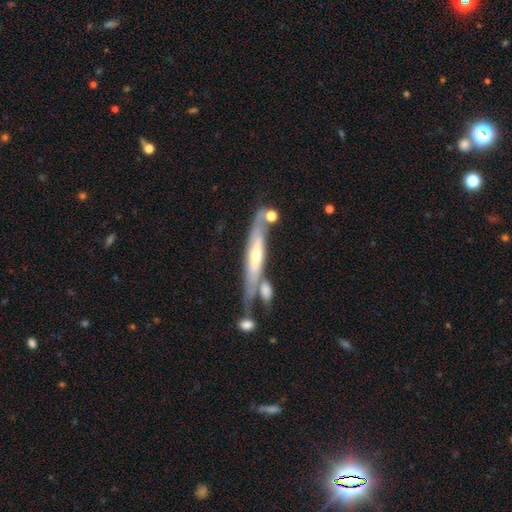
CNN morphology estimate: Smooth or featured?
  - featured or disk: 73% *
  - smooth: 20%
  - star or artifact: 7%
Edge-on disk?
  - yes: 88% *
  - no: 12%
Edge-on bulge?
  - rounded: 70% *
  - none: 22%
  - boxy: 8%
Merging?
  - none: 61% *
  - minor disturbance: 17%
  - merger: 17%
  - major disturbance: 5%